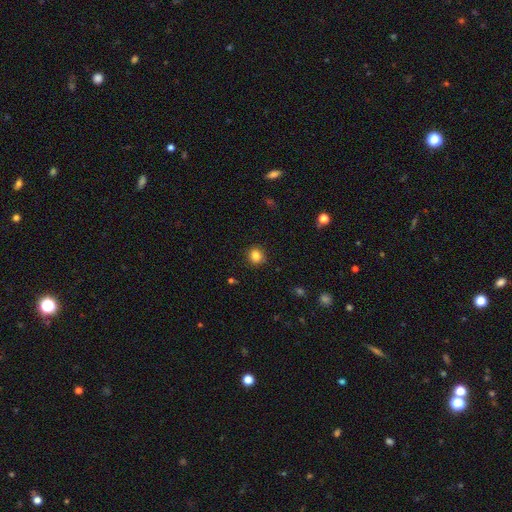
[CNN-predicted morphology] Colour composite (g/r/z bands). It shows a smooth galaxy with no disk features (84%) that is round (83%). Merging: none (89%).